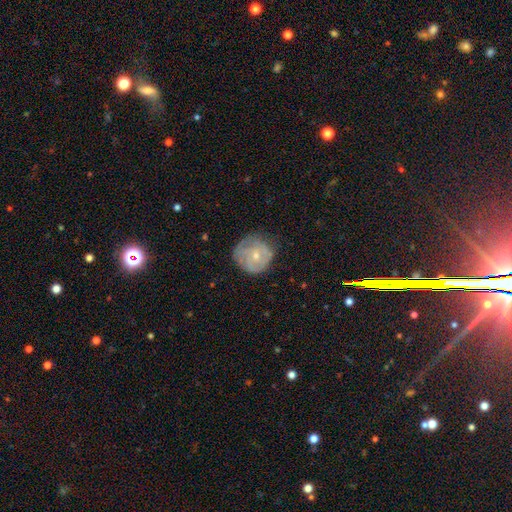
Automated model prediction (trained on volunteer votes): featured or disk 55%, smooth 38%, star or artifact 7%. Down the decision tree: edge-on disk — no (97%); bar — no (74%); spiral arms — yes (70%); bulge size — small (59%); merging — none (58%).